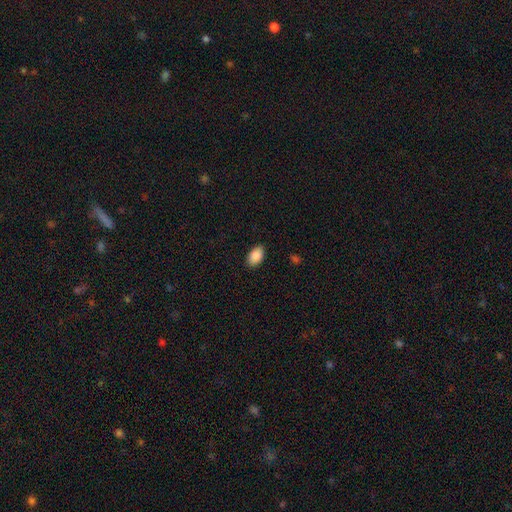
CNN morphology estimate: Overall: smooth (88%). How rounded: in between (92%). Merging: none (89%).